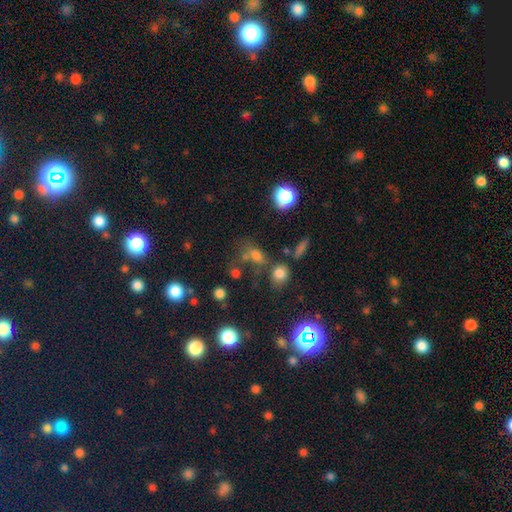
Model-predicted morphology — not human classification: Overall: smooth (58%; star or artifact 30%). How rounded: round (51%; in between 45%). Merging: none (54%; merger 21%).